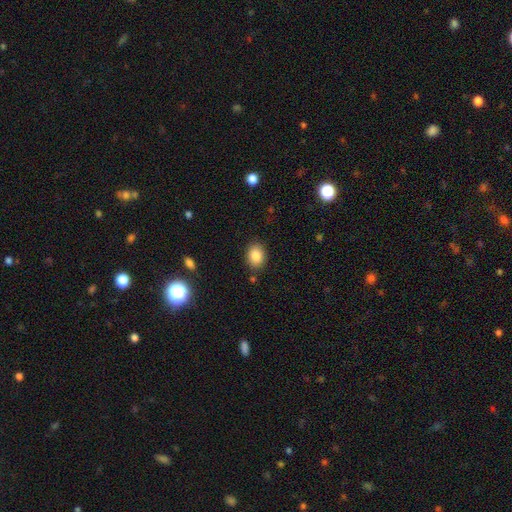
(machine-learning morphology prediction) Q: Smooth or featured?
A: smooth (84%); runner-up: star or artifact (9%)
Q: How rounded?
A: in between (63%); runner-up: round (36%)
Q: Merging?
A: none (86%); runner-up: minor disturbance (9%)